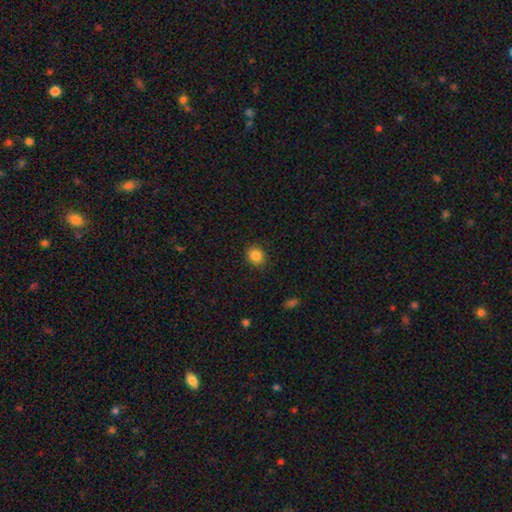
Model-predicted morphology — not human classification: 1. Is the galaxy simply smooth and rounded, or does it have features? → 86% smooth, 10% star or artifact, 4% featured or disk.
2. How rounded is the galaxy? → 79% round, 20% in between, 1% cigar-shaped.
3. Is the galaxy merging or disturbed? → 88% none, 8% minor disturbance, 2% major disturbance, 1% merger.